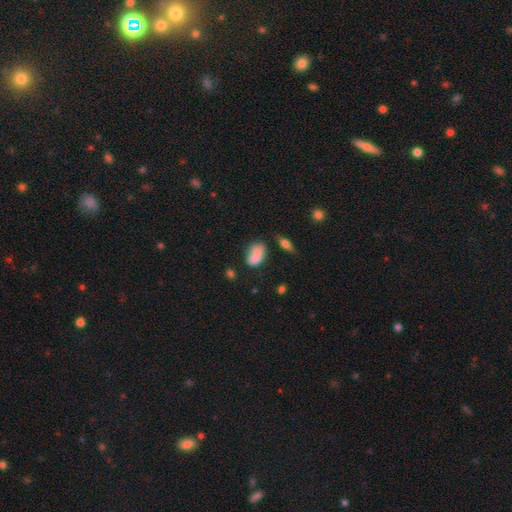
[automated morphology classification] A smooth galaxy with no disk features (77%) that is in between round and cigar-shaped (85%). Merging: none (43%).